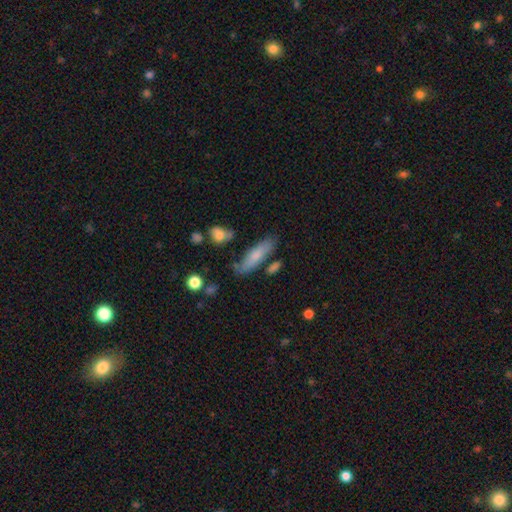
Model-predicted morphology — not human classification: smooth 71%, featured or disk 22%, star or artifact 7%. Down the decision tree: how rounded — cigar-shaped (59%); merging — none (73%).